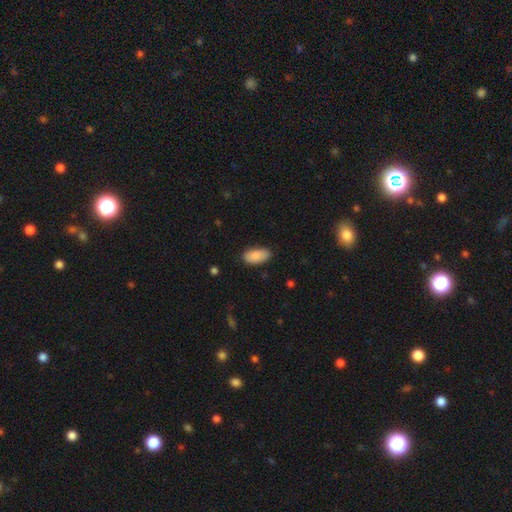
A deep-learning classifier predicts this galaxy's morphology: type=smooth (88%); roundness=in between (93%); merging=none (83%).